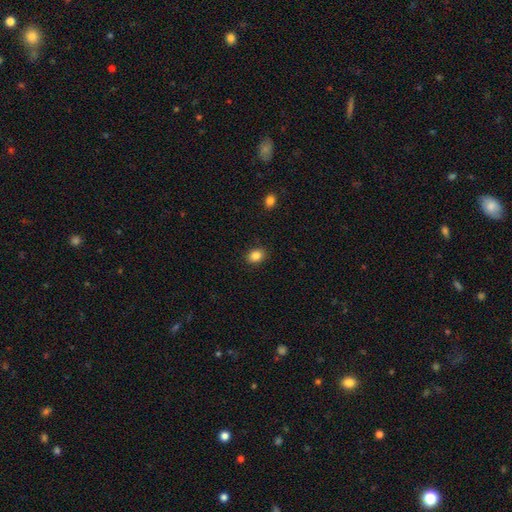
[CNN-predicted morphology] This is clearly a smooth galaxy (85%). How rounded: possibly in between (54%). Merging: clearly none (89%).